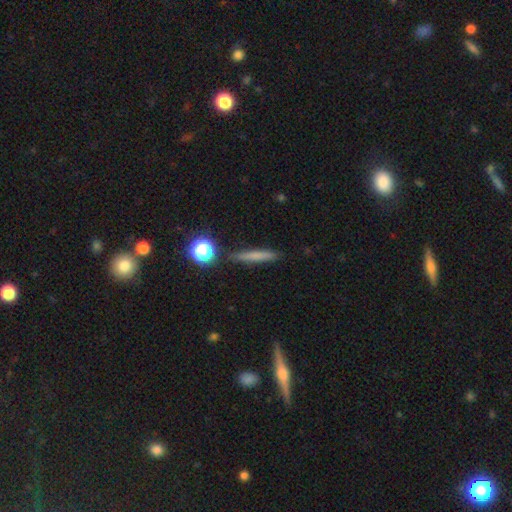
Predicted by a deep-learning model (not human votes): Smooth or featured: smooth — 68% (featured or disk — 22%)
How rounded: cigar-shaped — 87% (in between — 7%)
Merging: none — 87% (minor disturbance — 8%)